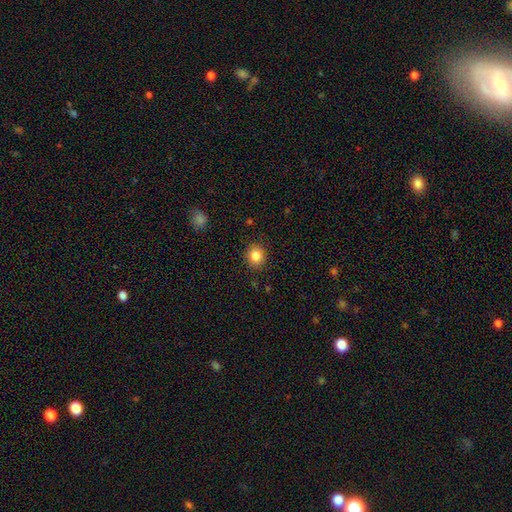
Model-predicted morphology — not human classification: Smooth or featured? smooth (85%)
How rounded? round (79%)
Merging? none (89%)